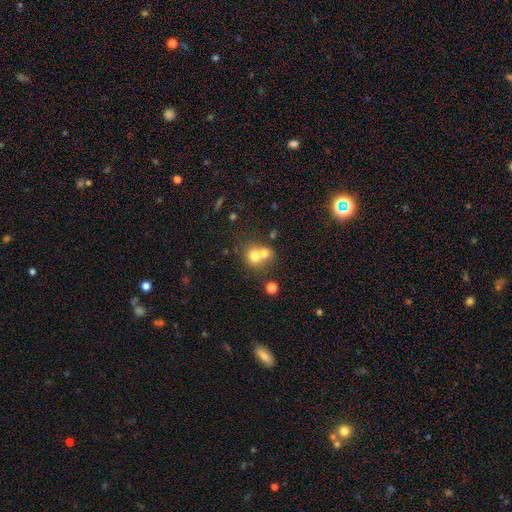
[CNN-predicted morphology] This appears to be a smooth galaxy with no disk features (70%) that is round (77%). Merging: merger (58%).